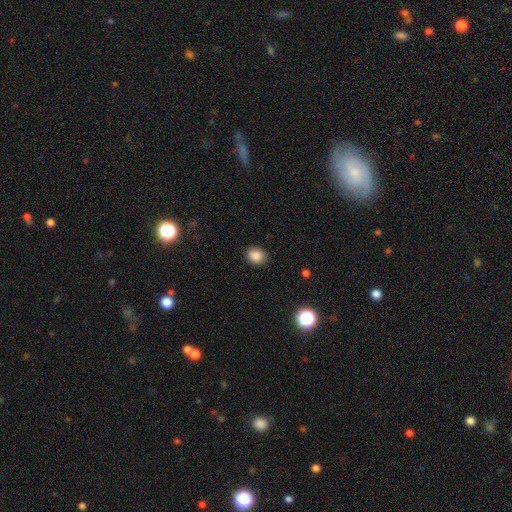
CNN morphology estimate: A smooth galaxy with no disk features (87%) that is round (60%).

Vote fractions:
- Smooth or featured? smooth: 87% / star or artifact: 10% / featured or disk: 3%
- How rounded? round: 60% / in between: 39% / cigar-shaped: 1%
- Merging? none: 87% / minor disturbance: 10% / major disturbance: 2% / merger: 1%